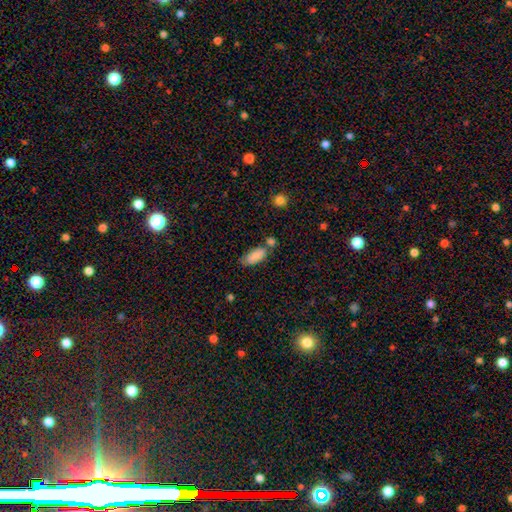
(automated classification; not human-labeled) Morphology: type=smooth (86%); roundness=in between (85%); merging=none (56%).